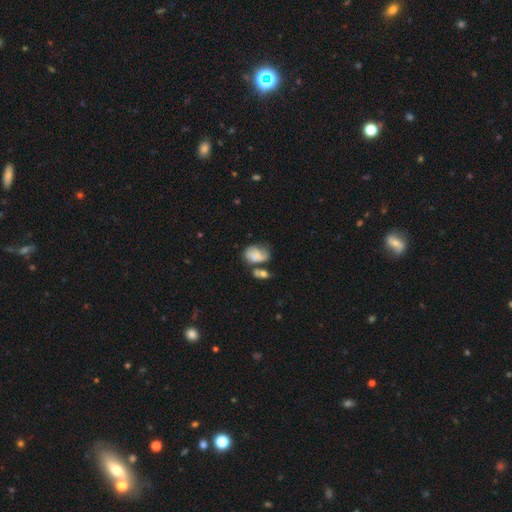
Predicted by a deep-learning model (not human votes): The model was most divided on "merging": none: 31%, minor disturbance: 26%, merger: 25%, major disturbance: 18%. More confident: how rounded — in between (73%); smooth or featured — smooth (67%).